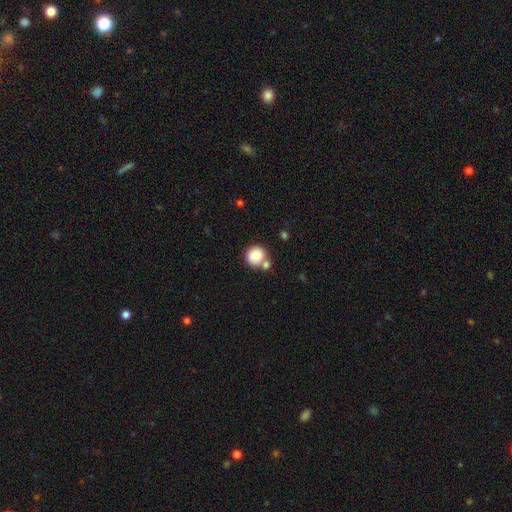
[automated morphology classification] This appears to be a smooth galaxy with no disk features (80%) that is round (91%). Merging: none (57%).